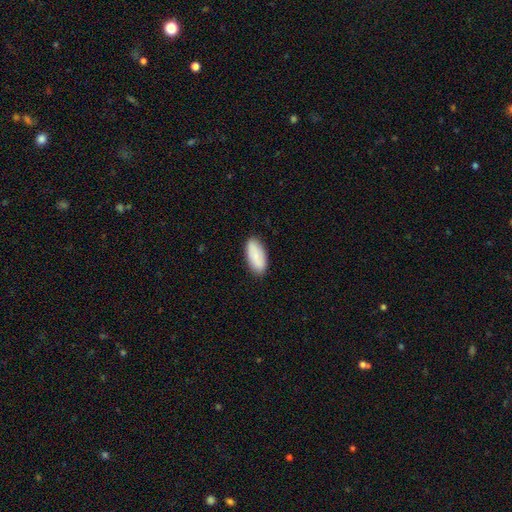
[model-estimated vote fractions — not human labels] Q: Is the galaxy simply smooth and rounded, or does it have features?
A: smooth — 83%.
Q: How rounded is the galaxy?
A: in between — 88%.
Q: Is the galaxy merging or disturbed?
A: none — 87%.